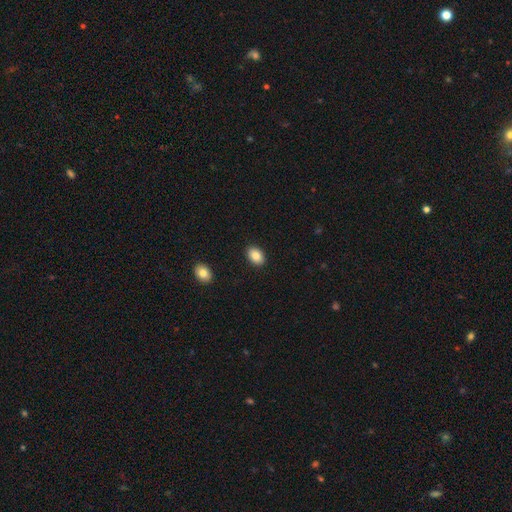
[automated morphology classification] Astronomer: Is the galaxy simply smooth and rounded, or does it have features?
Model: smooth — 86%.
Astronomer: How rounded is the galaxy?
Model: in between — 84%.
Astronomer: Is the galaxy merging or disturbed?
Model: none — 89%.